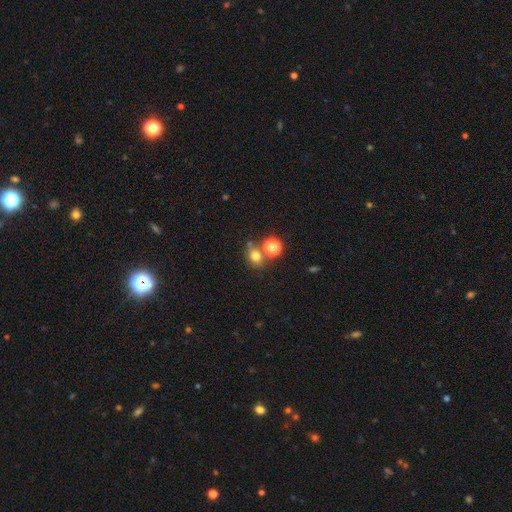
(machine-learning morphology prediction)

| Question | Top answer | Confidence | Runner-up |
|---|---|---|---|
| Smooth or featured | smooth | 73% | star or artifact (18%) |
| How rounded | round | 66% | in between (33%) |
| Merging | none | 63% | merger (21%) |